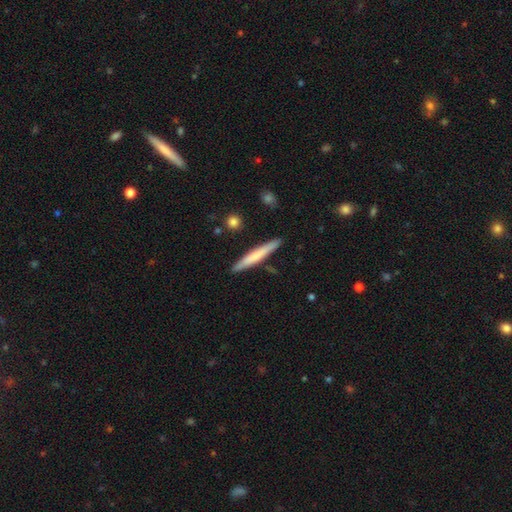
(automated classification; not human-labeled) Smooth or featured?
  - smooth: 60% *
  - featured or disk: 34%
  - star or artifact: 5%
How rounded?
  - cigar-shaped: 96% *
  - in between: 3%
  - round: 1%
Merging?
  - none: 88% *
  - minor disturbance: 8%
  - merger: 2%
  - major disturbance: 2%